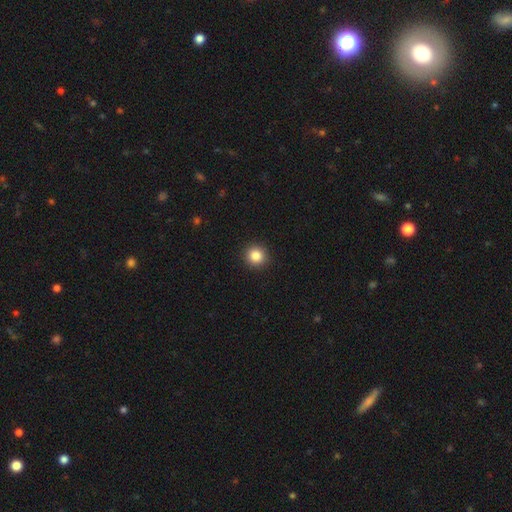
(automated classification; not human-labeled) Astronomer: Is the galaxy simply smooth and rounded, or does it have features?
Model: smooth — 85%.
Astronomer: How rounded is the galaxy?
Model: round — 94%.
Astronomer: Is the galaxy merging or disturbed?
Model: none — 93%.